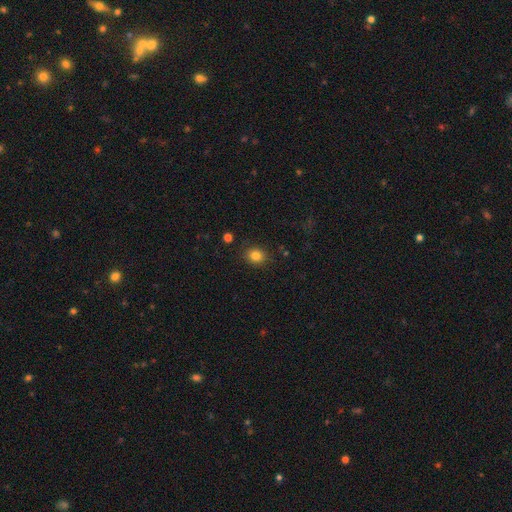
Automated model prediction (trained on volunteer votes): Morphology: type=smooth (82%); roundness=round (68%); merging=none (87%).